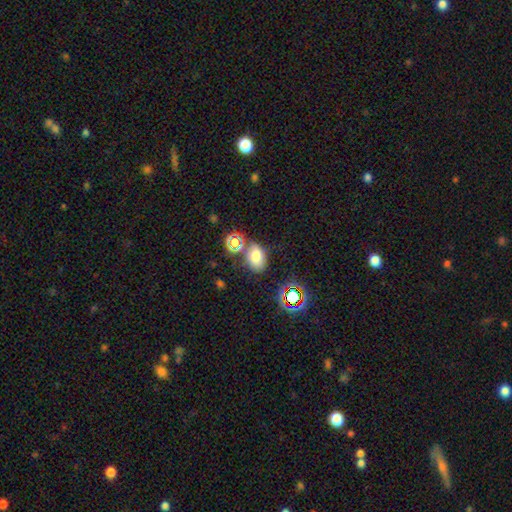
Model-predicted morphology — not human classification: The model was most divided on "smooth or featured": smooth: 67%, star or artifact: 22%, featured or disk: 11%. More confident: how rounded — in between (79%); merging — none (65%).